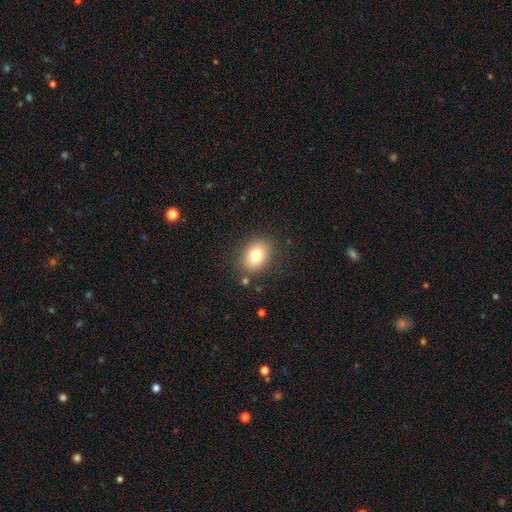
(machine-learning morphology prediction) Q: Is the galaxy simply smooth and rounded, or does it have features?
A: smooth — 81%.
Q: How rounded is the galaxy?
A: in between — 67%.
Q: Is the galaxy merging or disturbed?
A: none — 83%.